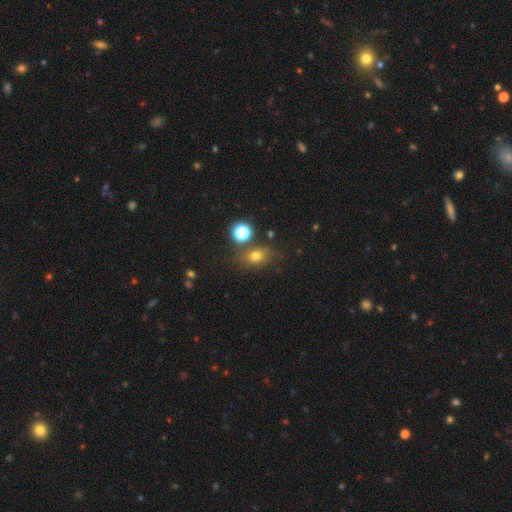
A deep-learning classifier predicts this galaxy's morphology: Smooth or featured: smooth — 69% (star or artifact — 20%)
How rounded: in between — 54% (round — 44%)
Merging: none — 67% (minor disturbance — 17%)